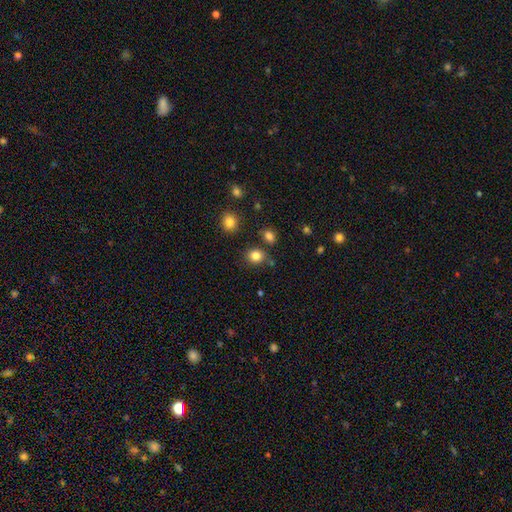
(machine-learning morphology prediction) Smooth or featured? Predicted: smooth (p=0.83). How rounded? Predicted: round (p=0.71). Merging? Predicted: none (p=0.78).